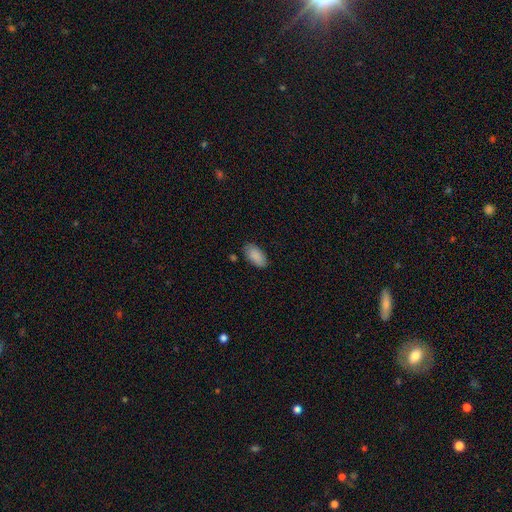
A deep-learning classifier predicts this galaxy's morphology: type=smooth (88%); roundness=in between (94%); merging=none (79%).